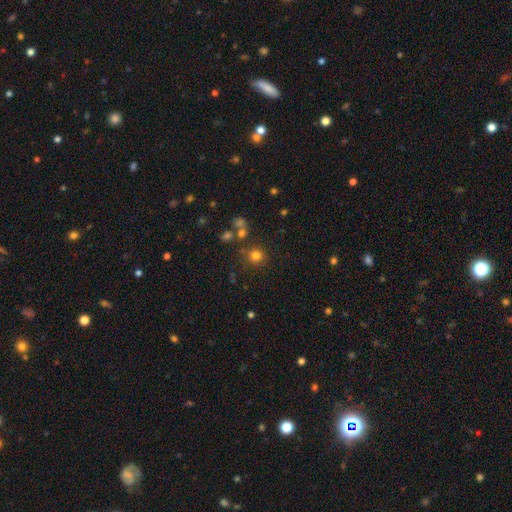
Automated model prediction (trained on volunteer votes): Smooth or featured: smooth — 77% (star or artifact — 17%)
How rounded: round — 92% (in between — 7%)
Merging: none — 80% (minor disturbance — 9%)